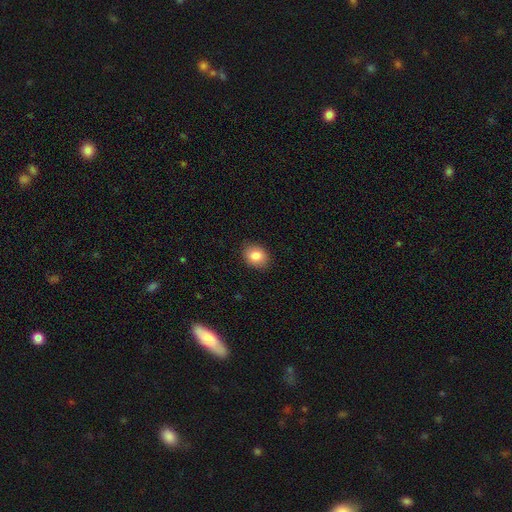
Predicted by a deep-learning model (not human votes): smooth 85%, star or artifact 8%, featured or disk 7%. Down the decision tree: how rounded — in between (56%); merging — none (87%).